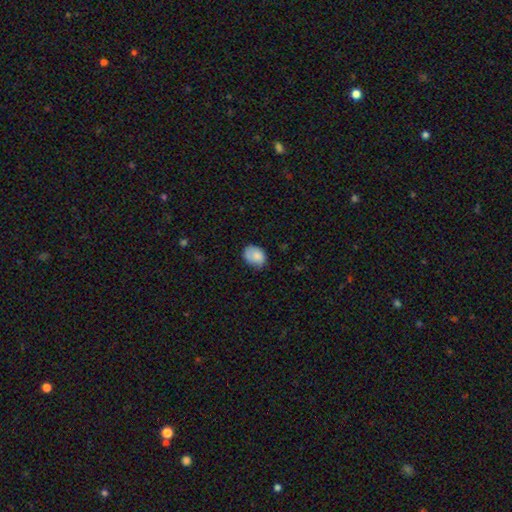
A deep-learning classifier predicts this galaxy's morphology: smooth-or-featured: smooth: 81% | featured or disk: 12% | star or artifact: 8%
  how-rounded: in between: 65% | round: 34% | cigar-shaped: 1%
  merging: none: 65% | minor disturbance: 27% | major disturbance: 6% | merger: 2%